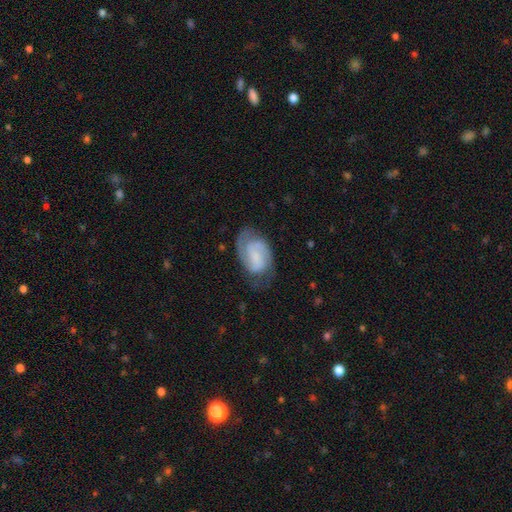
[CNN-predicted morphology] Smooth or featured: featured or disk — 76% (smooth — 18%)
Edge-on disk: no — 97% (yes — 3%)
Bar: weak — 46% (no — 39%)
Spiral arms: yes — 95% (no — 5%)
Spiral winding: medium — 45% (tight — 42%)
Spiral arm count: 2 — 80% (can't tell — 9%)
Bulge size: small — 47% (none — 32%)
Merging: none — 66% (minor disturbance — 22%)